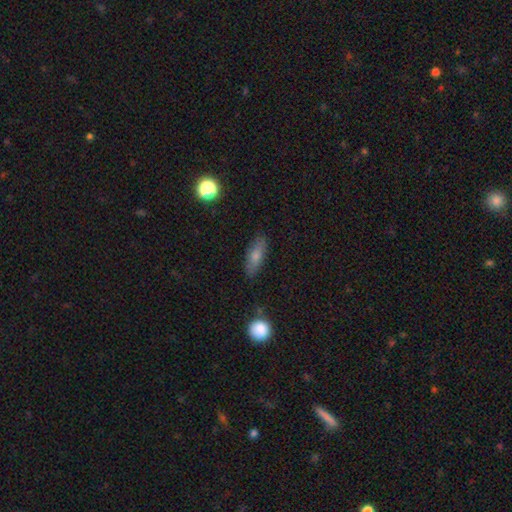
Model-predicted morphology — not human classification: A smooth galaxy with no disk features (73%) that is in between round and cigar-shaped (62%). Merging: none (83%).